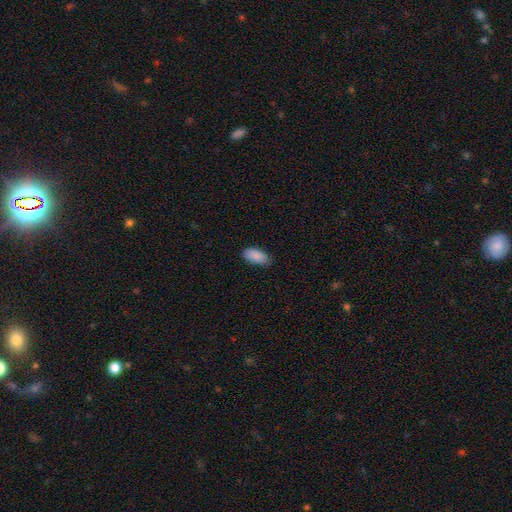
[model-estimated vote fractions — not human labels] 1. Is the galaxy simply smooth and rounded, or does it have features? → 89% smooth, 6% star or artifact, 4% featured or disk.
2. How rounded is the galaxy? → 91% in between, 7% cigar-shaped, 2% round.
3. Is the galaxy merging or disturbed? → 79% none, 17% minor disturbance, 2% major disturbance, 1% merger.